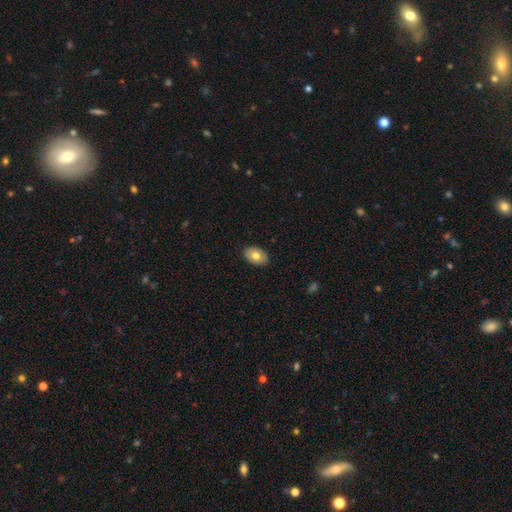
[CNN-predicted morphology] Smooth or featured: smooth — 75% (featured or disk — 18%)
How rounded: in between — 87% (round — 11%)
Merging: none — 89% (minor disturbance — 8%)